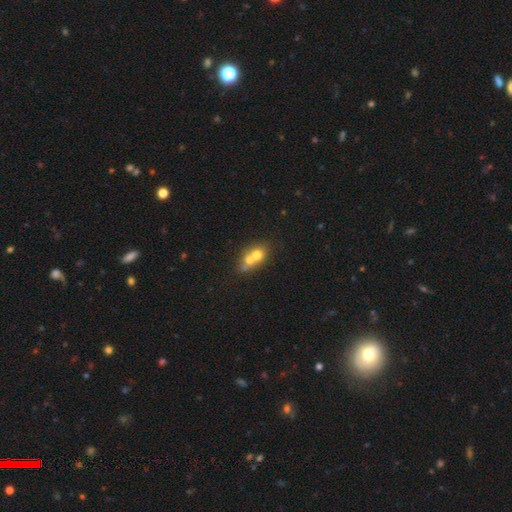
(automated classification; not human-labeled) Morphology: type=smooth (63%); roundness=round (55%); merging=merger (65%).